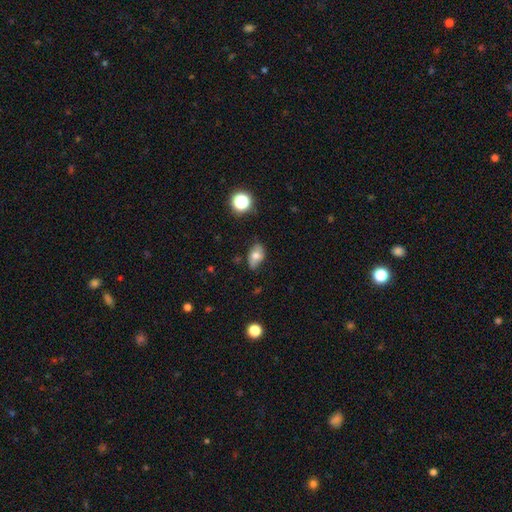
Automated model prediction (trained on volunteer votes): This appears to be a smooth galaxy with no disk features (67%) that is in between round and cigar-shaped (88%). Merging: none (72%).